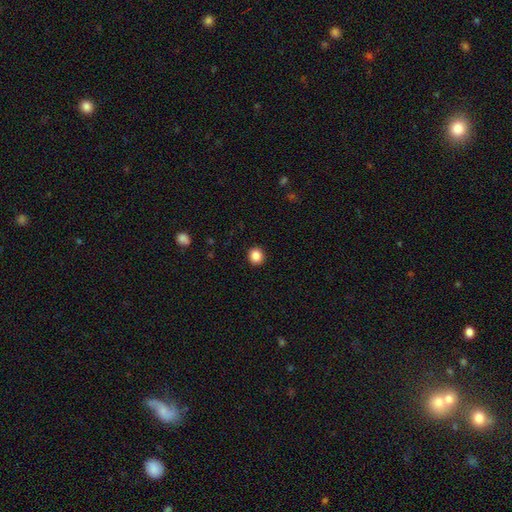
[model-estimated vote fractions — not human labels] Smooth or featured?
  - smooth: 87% *
  - star or artifact: 10%
  - featured or disk: 3%
How rounded?
  - round: 88% *
  - in between: 11%
  - cigar-shaped: 1%
Merging?
  - none: 93% *
  - minor disturbance: 5%
  - major disturbance: 2%
  - merger: 1%